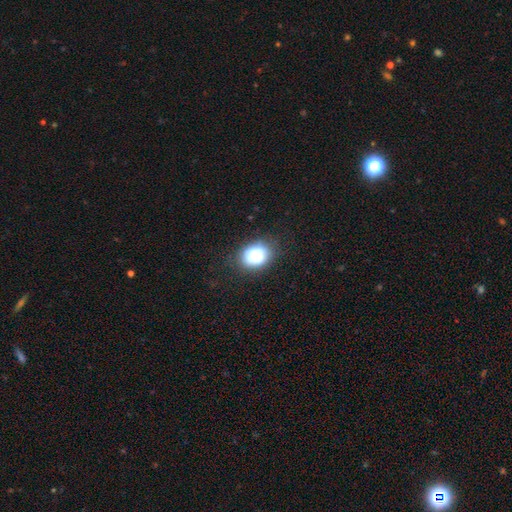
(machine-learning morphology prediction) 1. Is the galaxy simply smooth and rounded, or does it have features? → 80% smooth, 10% featured or disk, 10% star or artifact.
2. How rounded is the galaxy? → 58% in between, 41% round, 1% cigar-shaped.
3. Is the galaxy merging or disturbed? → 83% none, 13% minor disturbance, 4% major disturbance, 1% merger.